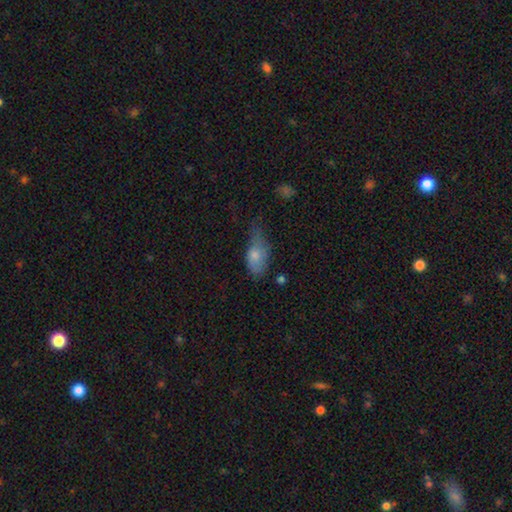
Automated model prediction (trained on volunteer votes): A smooth galaxy with no disk features (76%) that is in between round and cigar-shaped (88%). Merging: minor disturbance (42%).